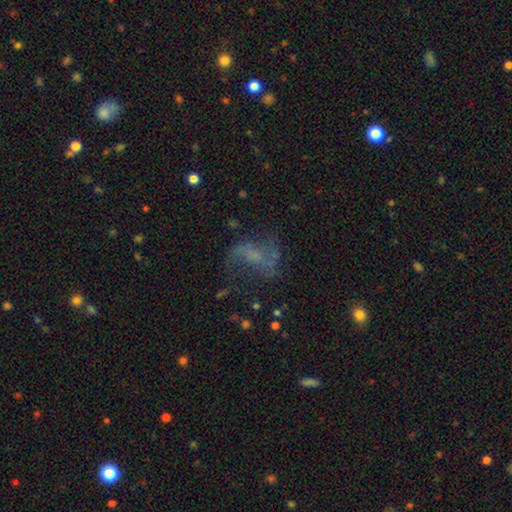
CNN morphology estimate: Overall: featured or disk (51%; smooth 27%). Edge-on disk: no (95%). Merging: none (49%; major disturbance 29%).